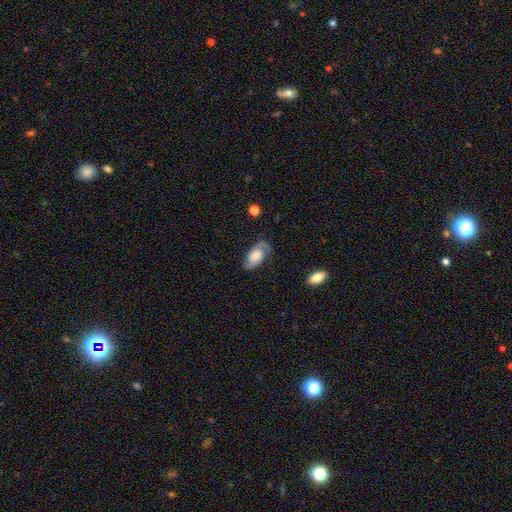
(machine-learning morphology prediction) featured or disk 69%, smooth 23%, star or artifact 7%. Down the decision tree: edge-on disk — no (96%); bar — no (62%); spiral arms — yes (92%); spiral arm count — 2 (85%); spiral winding — medium (46%); bulge size — large (32%); merging — none (73%).